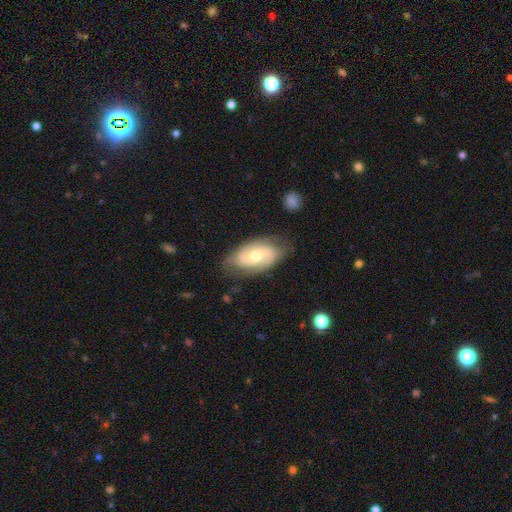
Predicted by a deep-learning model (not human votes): Smooth or featured?
  - featured or disk: 71% *
  - smooth: 23%
  - star or artifact: 6%
Edge-on disk?
  - no: 95% *
  - yes: 5%
Bar?
  - no: 57% *
  - weak: 35%
  - strong: 8%
Spiral arms?
  - yes: 89% *
  - no: 11%
Spiral winding?
  - medium: 43% *
  - tight: 38%
  - loose: 20%
Spiral arm count?
  - 2: 76% *
  - can't tell: 15%
  - 3: 4%
  - 1: 2%
  - 4: 1%
  - more than 4: 1%
Bulge size?
  - moderate: 62% *
  - small: 32%
  - large: 3%
  - none: 1%
  - dominant: 1%
Merging?
  - none: 74% *
  - minor disturbance: 19%
  - major disturbance: 5%
  - merger: 1%